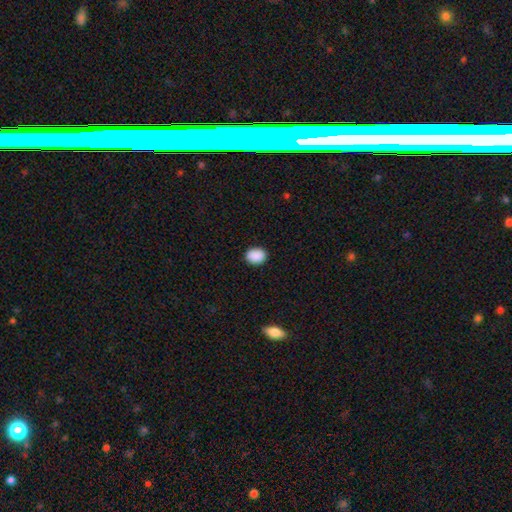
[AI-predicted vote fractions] Morphology: type=smooth (90%); roundness=in between (59%); merging=none (89%).